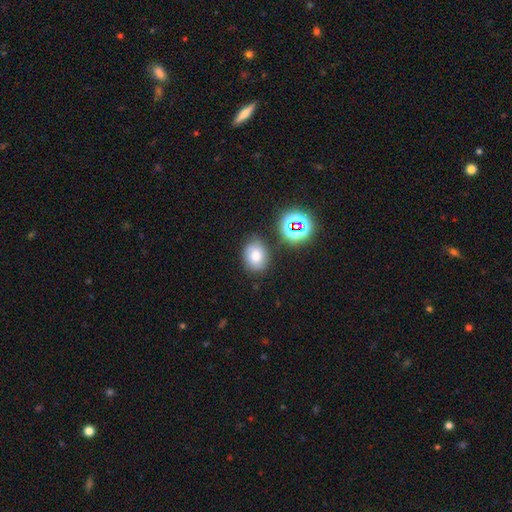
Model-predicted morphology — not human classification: A smooth galaxy with no disk features (66%) that is round (52%).

Vote fractions:
- Smooth or featured? smooth: 66% / star or artifact: 17% / featured or disk: 17%
- How rounded? round: 52% / in between: 47% / cigar-shaped: 1%
- Merging? none: 74% / minor disturbance: 16% / merger: 5% / major disturbance: 5%